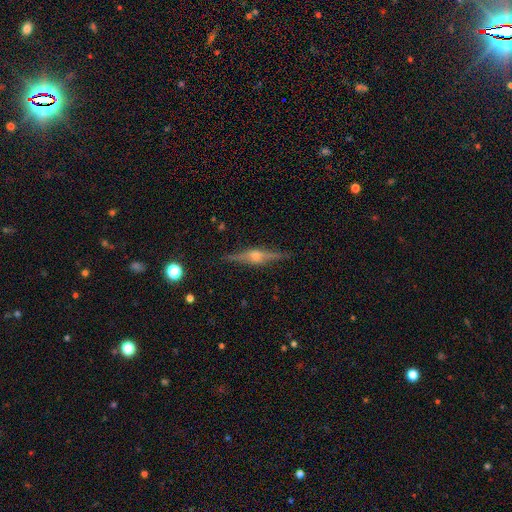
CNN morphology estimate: The model was most divided on "smooth or featured": featured or disk: 83%, smooth: 10%, star or artifact: 7%. More confident: edge-on disk — yes (98%); edge-on bulge — rounded (90%); merging — none (90%).